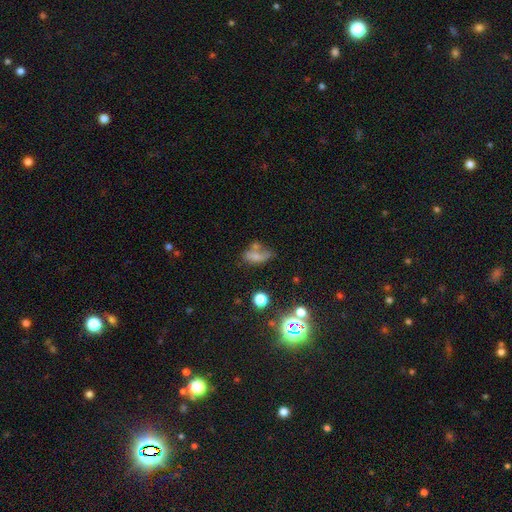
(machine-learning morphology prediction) A smooth galaxy with no disk features (60%) that is in between round and cigar-shaped (79%). Merging: none (34%).